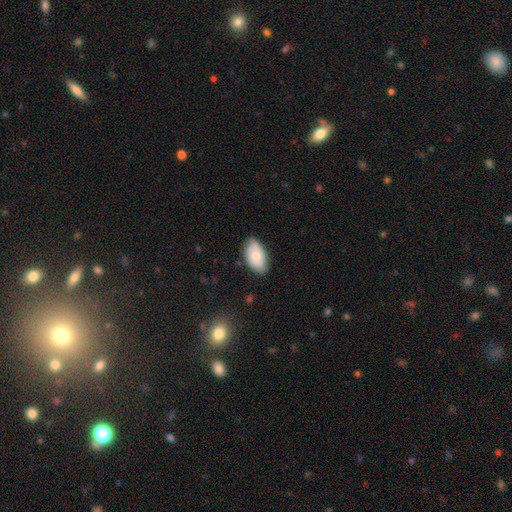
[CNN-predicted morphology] This appears to be a smooth galaxy with no disk features (74%) that is in between round and cigar-shaped (94%). Merging: none (76%).